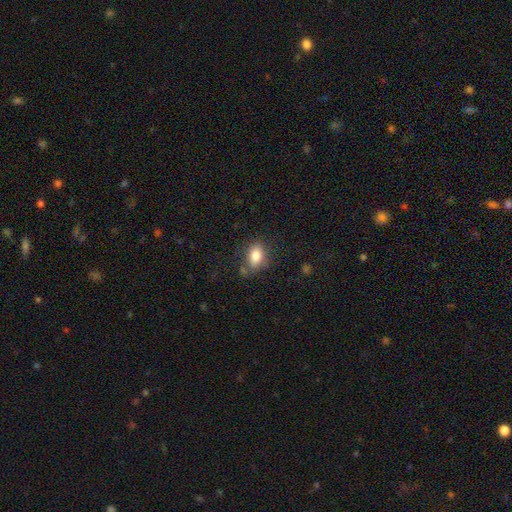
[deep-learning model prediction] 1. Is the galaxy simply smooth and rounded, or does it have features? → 82% smooth, 9% featured or disk, 9% star or artifact.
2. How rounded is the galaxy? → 82% in between, 15% round, 2% cigar-shaped.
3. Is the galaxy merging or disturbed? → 73% none, 17% minor disturbance, 5% merger, 5% major disturbance.